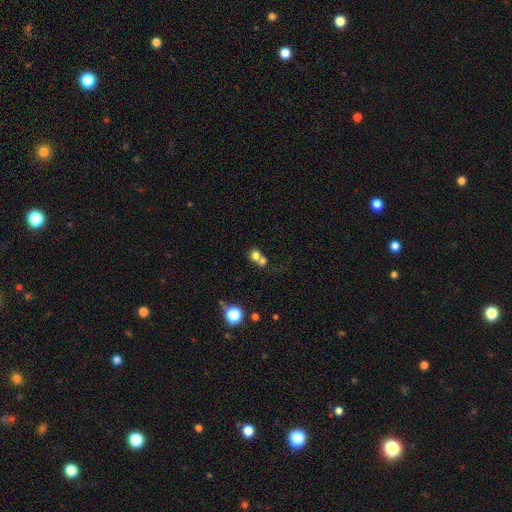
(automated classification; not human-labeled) smooth-or-featured: smooth: 72% | star or artifact: 15% | featured or disk: 14%
  how-rounded: round: 77% | in between: 22% | cigar-shaped: 1%
  merging: merger: 57% | none: 34% | minor disturbance: 6% | major disturbance: 4%